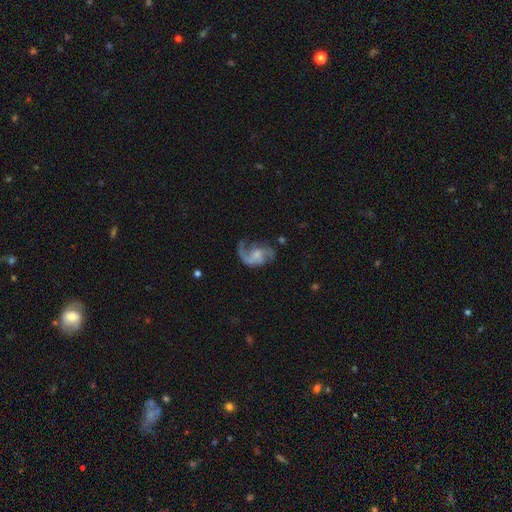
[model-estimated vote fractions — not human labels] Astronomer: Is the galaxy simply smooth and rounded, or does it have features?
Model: featured or disk — 84%.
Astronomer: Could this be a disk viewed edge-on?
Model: no — 98%.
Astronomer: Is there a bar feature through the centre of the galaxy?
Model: no — 53% (runner-up: weak, 38%).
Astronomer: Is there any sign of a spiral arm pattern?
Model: yes — 94%.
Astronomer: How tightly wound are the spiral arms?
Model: loose — 60%.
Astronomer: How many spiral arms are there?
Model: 2 — 71%.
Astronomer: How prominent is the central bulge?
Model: small — 50%.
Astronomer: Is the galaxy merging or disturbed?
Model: none — 55%.